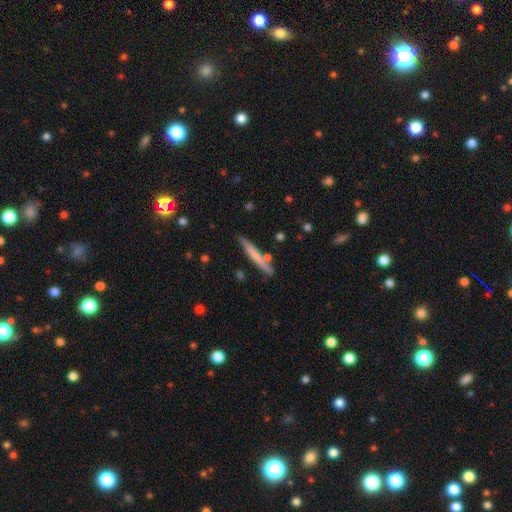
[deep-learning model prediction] This appears to be a smooth galaxy with no disk features (58%) that is cigar-shaped (95%). Merging: none (80%).